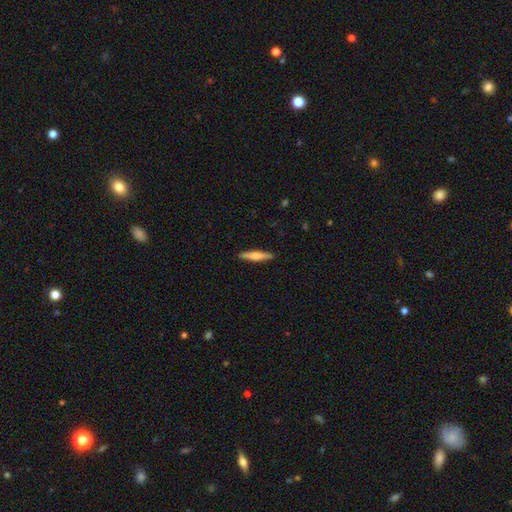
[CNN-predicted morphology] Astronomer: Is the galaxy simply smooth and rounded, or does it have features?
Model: smooth — 50% (runner-up: featured or disk, 45%).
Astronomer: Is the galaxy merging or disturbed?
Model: none — 91%.